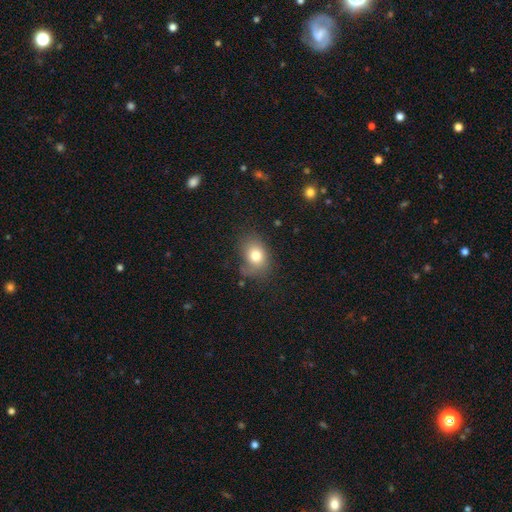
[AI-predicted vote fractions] Overall: smooth (77%). How rounded: in between (64%; round 35%). Merging: none (63%; minor disturbance 24%).